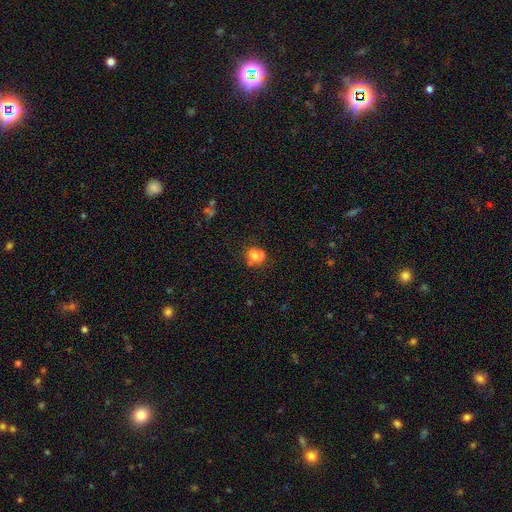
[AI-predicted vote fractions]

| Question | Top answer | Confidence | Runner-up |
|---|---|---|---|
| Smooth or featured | smooth | 62% | featured or disk (25%) |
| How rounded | round | 66% | in between (33%) |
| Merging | merger | 44% | none (39%) |